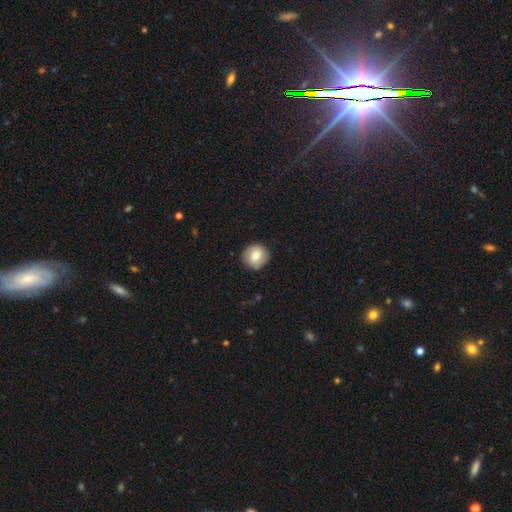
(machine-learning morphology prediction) type=smooth (77%); roundness=round (90%); merging=none (87%).